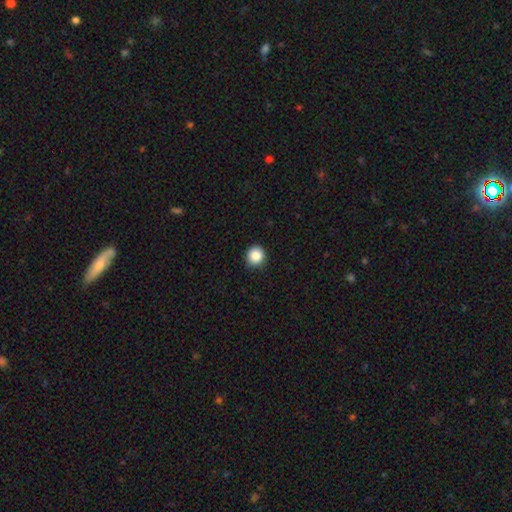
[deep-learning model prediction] Q: Smooth or featured?
A: smooth (87%); runner-up: star or artifact (9%)
Q: How rounded?
A: round (92%); runner-up: in between (8%)
Q: Merging?
A: none (89%); runner-up: minor disturbance (8%)